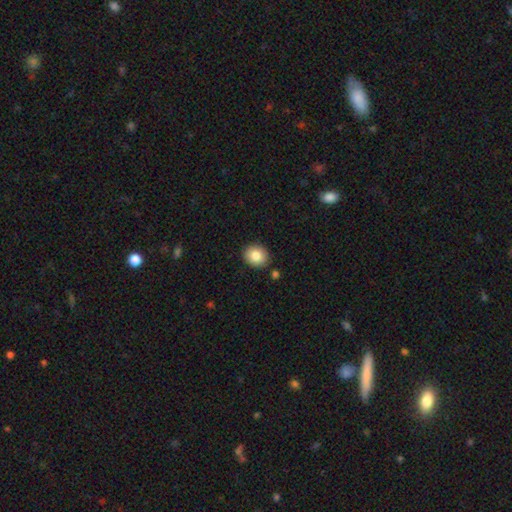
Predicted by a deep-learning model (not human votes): smooth_or_featured: smooth (p=0.83) [alt: star or artifact p=0.09]
how_rounded: round (p=0.69) [alt: in between p=0.30]
merging: none (p=0.88) [alt: minor disturbance p=0.08]